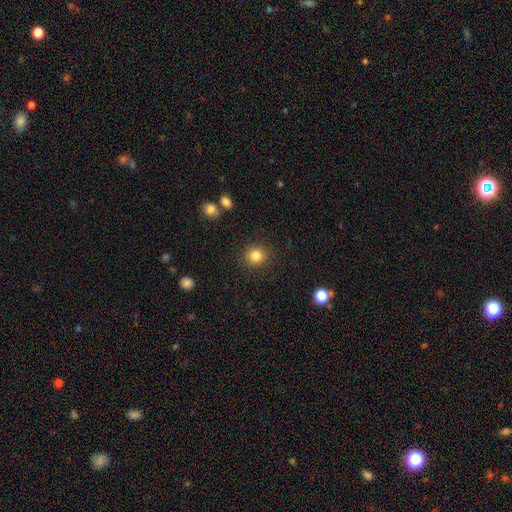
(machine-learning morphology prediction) Smooth or featured? Predicted: smooth (p=0.84). How rounded? Predicted: round (p=0.89). Merging? Predicted: none (p=0.90).